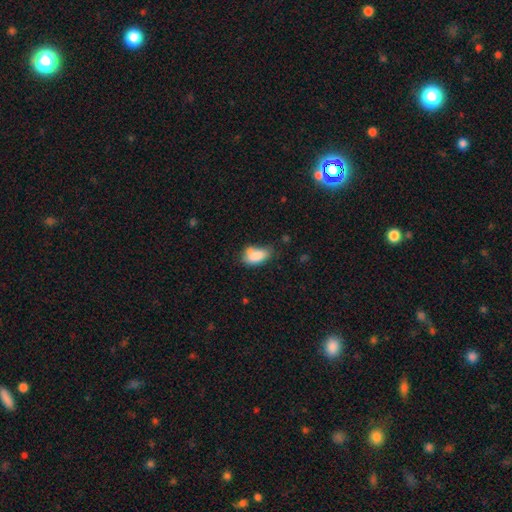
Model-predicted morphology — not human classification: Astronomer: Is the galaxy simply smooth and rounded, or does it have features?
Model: smooth — 83%.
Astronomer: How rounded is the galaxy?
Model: in between — 90%.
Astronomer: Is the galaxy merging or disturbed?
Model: none — 46% (runner-up: minor disturbance, 32%).